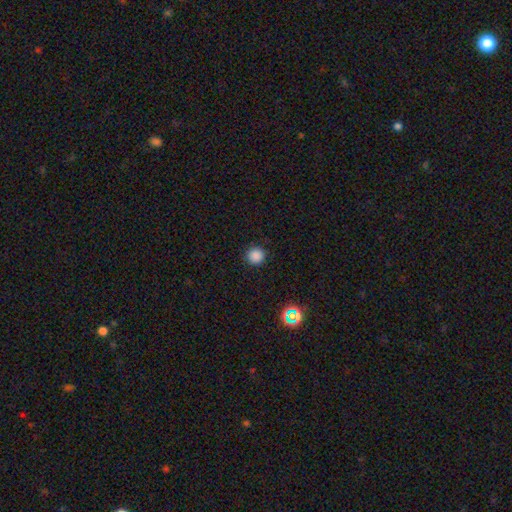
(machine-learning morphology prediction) Smooth or featured: smooth — 84% (star or artifact — 13%)
How rounded: round — 95% (in between — 4%)
Merging: none — 91% (minor disturbance — 6%)